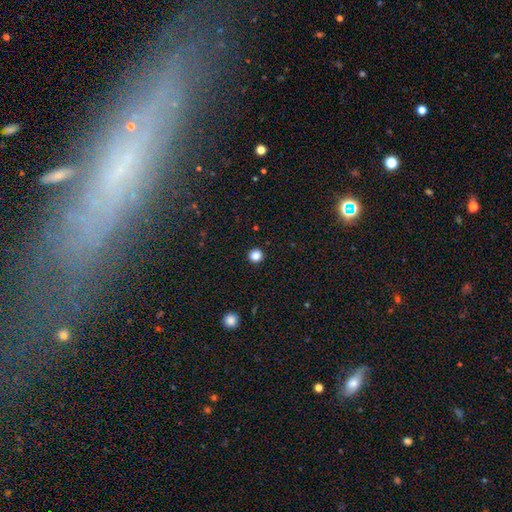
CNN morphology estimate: Smooth or featured: smooth — 85% (star or artifact — 12%)
How rounded: round — 95% (in between — 4%)
Merging: none — 93% (minor disturbance — 4%)